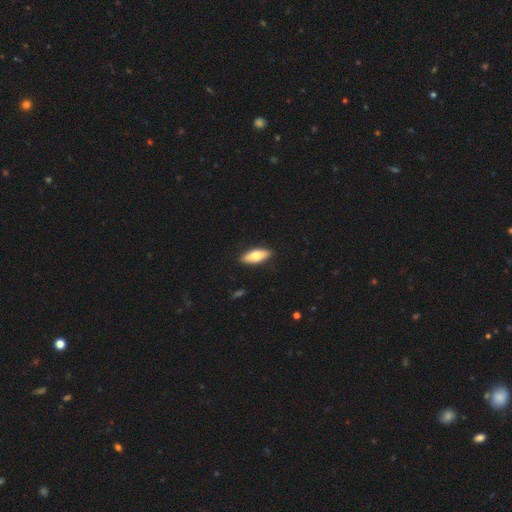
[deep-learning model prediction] Smooth or featured?
  - smooth: 70% *
  - featured or disk: 25%
  - star or artifact: 6%
How rounded?
  - in between: 76% *
  - cigar-shaped: 21%
  - round: 3%
Merging?
  - none: 90% *
  - minor disturbance: 8%
  - major disturbance: 2%
  - merger: 1%